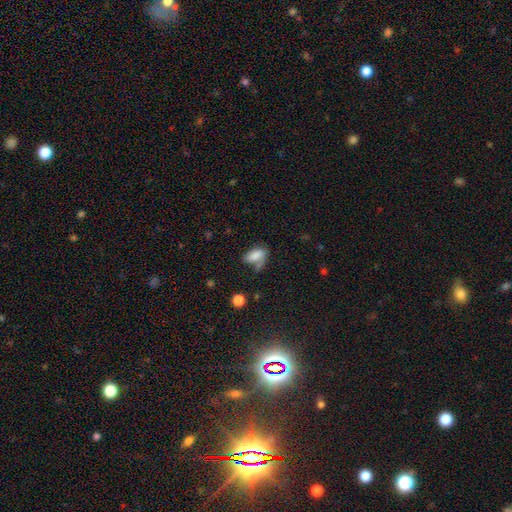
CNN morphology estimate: A smooth galaxy with no disk features (74%) that is in between round and cigar-shaped (84%).

Vote fractions:
- Smooth or featured? smooth: 74% / featured or disk: 16% / star or artifact: 10%
- How rounded? in between: 84% / cigar-shaped: 11% / round: 5%
- Merging? none: 41% / minor disturbance: 24% / major disturbance: 19% / merger: 16%